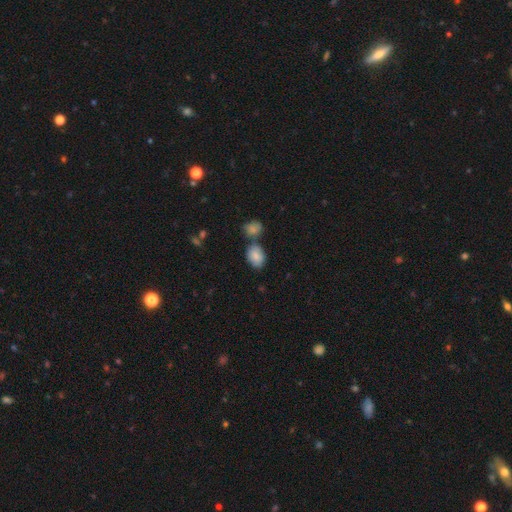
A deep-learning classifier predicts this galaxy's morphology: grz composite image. It shows a smooth galaxy with no disk features (83%) that is in between round and cigar-shaped (74%). Merging: none (50%).